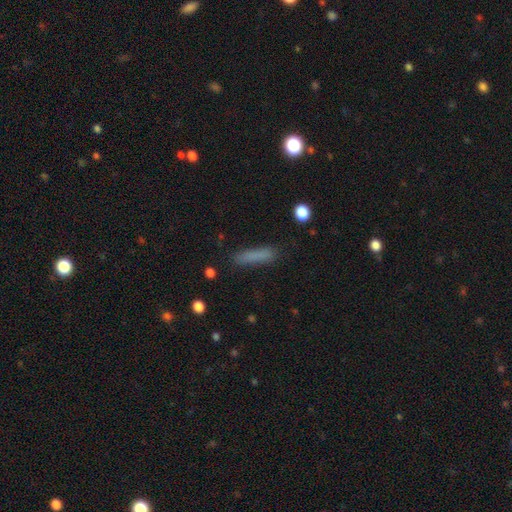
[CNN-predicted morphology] Overall: smooth (80%). How rounded: cigar-shaped (87%). Merging: none (84%).